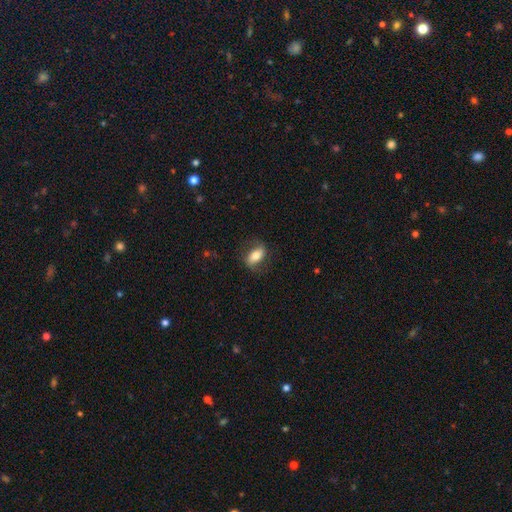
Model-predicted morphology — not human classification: The model was most divided on "smooth or featured": smooth: 60%, featured or disk: 33%, star or artifact: 7%. More confident: how rounded — in between (83%); merging — none (74%).